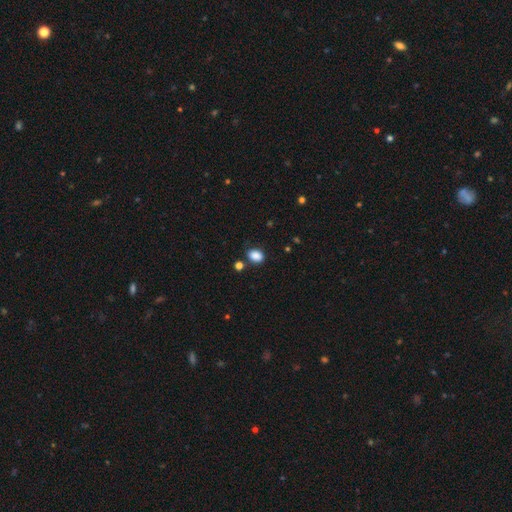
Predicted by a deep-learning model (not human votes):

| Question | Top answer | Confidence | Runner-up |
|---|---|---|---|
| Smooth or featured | smooth | 87% | star or artifact (10%) |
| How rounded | in between | 68% | round (31%) |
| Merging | none | 78% | minor disturbance (14%) |